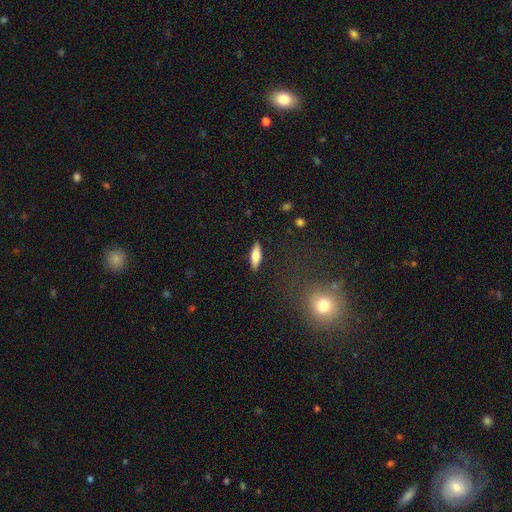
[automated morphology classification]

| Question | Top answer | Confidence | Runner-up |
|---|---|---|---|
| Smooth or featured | smooth | 72% | featured or disk (21%) |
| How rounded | in between | 54% | cigar-shaped (44%) |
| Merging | none | 88% | minor disturbance (9%) |